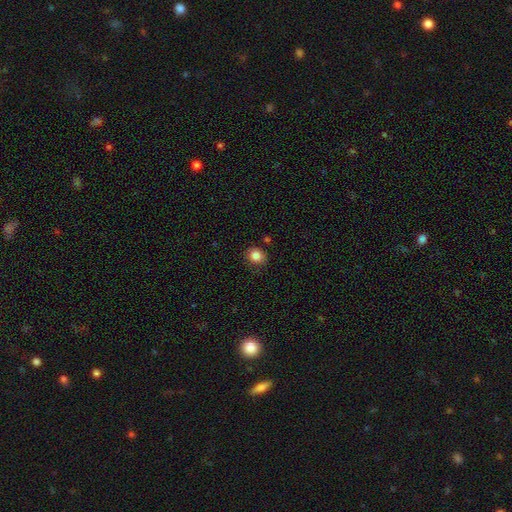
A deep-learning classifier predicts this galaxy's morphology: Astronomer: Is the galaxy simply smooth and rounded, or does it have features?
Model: smooth — 84%.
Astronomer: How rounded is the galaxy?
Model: round — 76%.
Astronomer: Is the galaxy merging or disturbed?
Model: none — 83%.